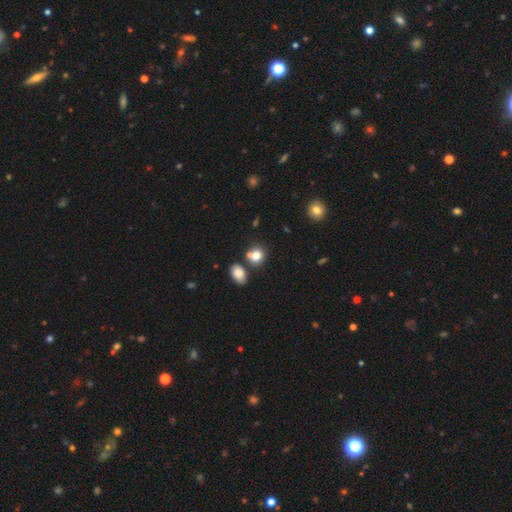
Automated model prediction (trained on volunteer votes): This appears to be a smooth galaxy with no disk features (80%) that is round (71%). Merging: none (58%).